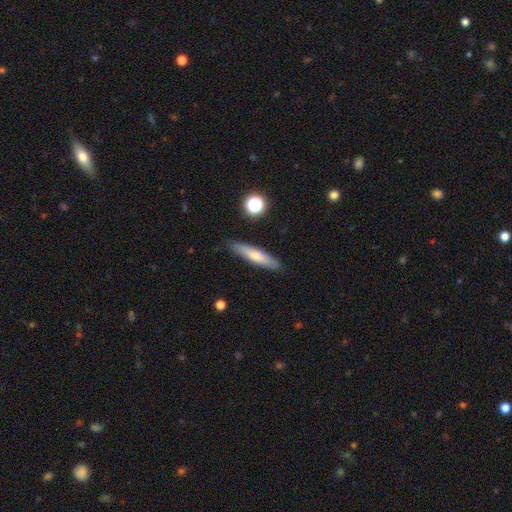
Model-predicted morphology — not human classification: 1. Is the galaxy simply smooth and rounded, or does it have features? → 55% smooth, 37% featured or disk, 8% star or artifact.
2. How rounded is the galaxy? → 87% cigar-shaped, 11% in between, 2% round.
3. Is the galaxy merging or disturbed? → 86% none, 10% minor disturbance, 2% major disturbance, 2% merger.